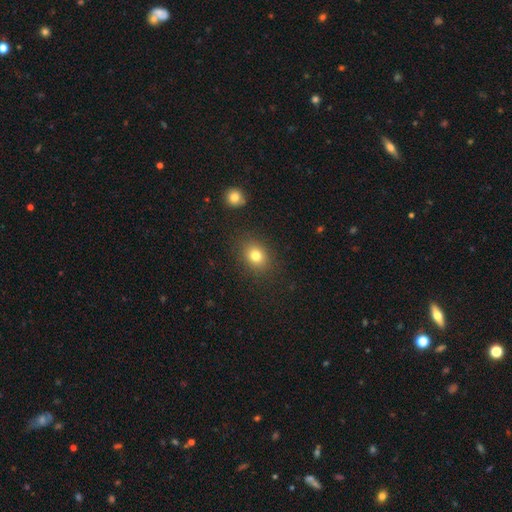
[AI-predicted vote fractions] Smooth or featured?
  - smooth: 79% *
  - star or artifact: 12%
  - featured or disk: 9%
How rounded?
  - round: 51% *
  - in between: 48%
  - cigar-shaped: 1%
Merging?
  - none: 85% *
  - minor disturbance: 9%
  - major disturbance: 3%
  - merger: 2%